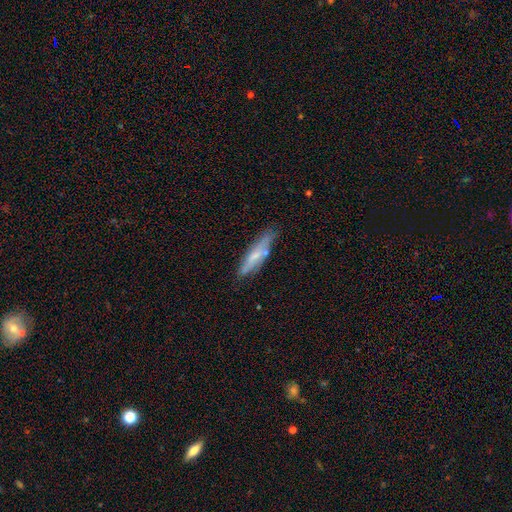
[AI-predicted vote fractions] smooth-or-featured: smooth: 51% | featured or disk: 42% | star or artifact: 7%
  how-rounded: cigar-shaped: 76% | in between: 22% | round: 2%
  merging: none: 68% | minor disturbance: 22% | merger: 5% | major disturbance: 5%